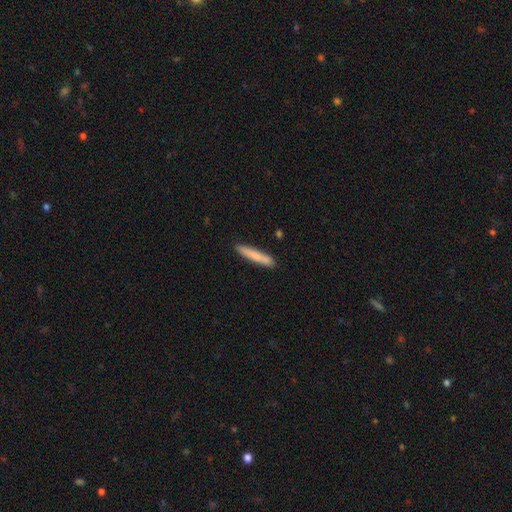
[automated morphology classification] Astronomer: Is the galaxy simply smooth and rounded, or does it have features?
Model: smooth — 80%.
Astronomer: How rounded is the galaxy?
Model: cigar-shaped — 93%.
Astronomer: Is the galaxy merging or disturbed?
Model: none — 87%.